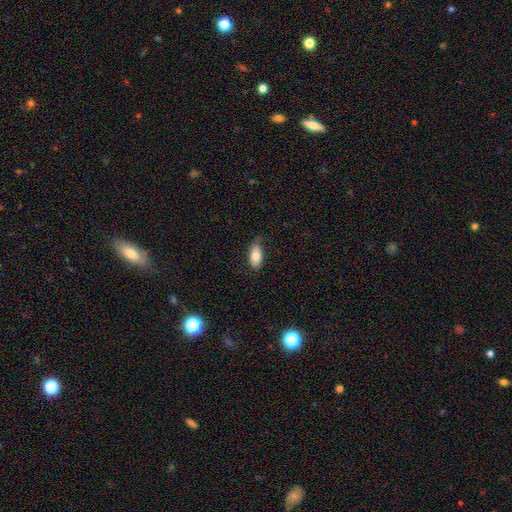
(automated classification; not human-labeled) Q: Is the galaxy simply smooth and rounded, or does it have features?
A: smooth — 77%.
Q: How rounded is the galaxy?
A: in between — 91%.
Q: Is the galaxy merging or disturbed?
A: none — 75%.